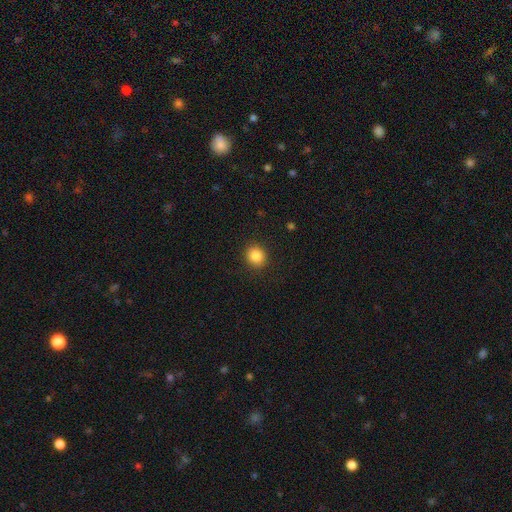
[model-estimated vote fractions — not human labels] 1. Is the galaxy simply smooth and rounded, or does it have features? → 86% smooth, 10% star or artifact, 4% featured or disk.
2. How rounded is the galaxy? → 83% round, 16% in between, 1% cigar-shaped.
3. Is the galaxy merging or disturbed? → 91% none, 6% minor disturbance, 2% major disturbance, 1% merger.